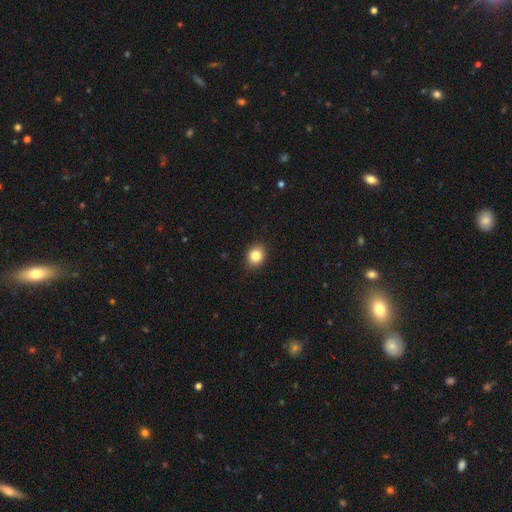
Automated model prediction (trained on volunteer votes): A smooth galaxy with no disk features (84%) that is round (60%). Merging: none (89%).